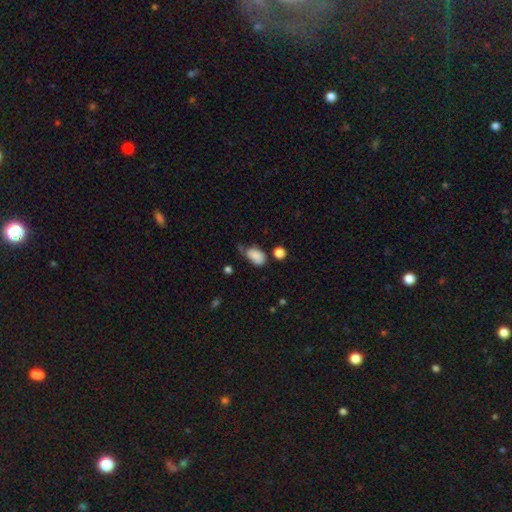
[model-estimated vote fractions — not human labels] smooth 84%, star or artifact 9%, featured or disk 7%. Down the decision tree: how rounded — in between (87%); merging — none (39%).